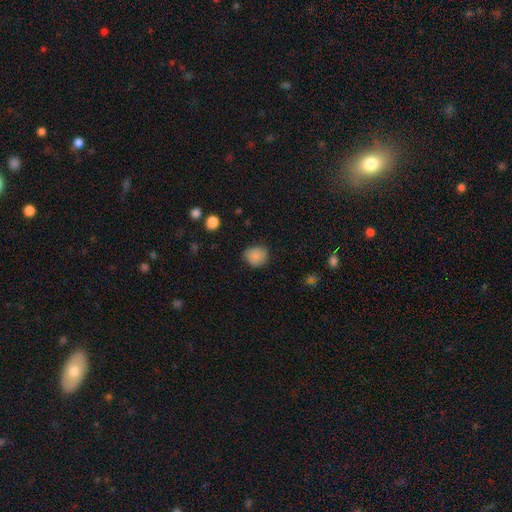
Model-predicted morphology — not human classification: Overall: smooth (84%). How rounded: round (78%). Merging: none (75%).